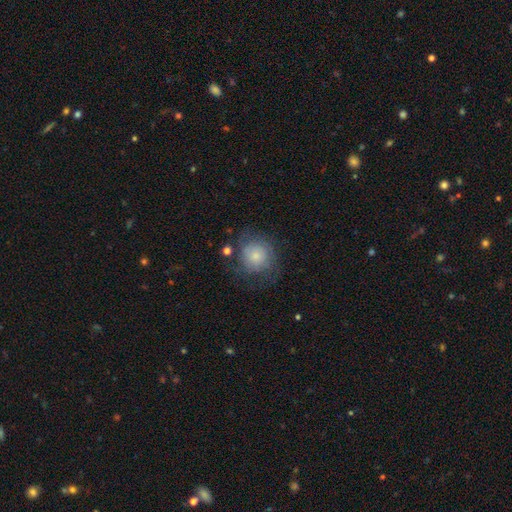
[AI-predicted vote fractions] The model was most divided on "merging": none: 59%, minor disturbance: 22%, major disturbance: 16%, merger: 3%. More confident: how rounded — round (89%); smooth or featured — smooth (67%).